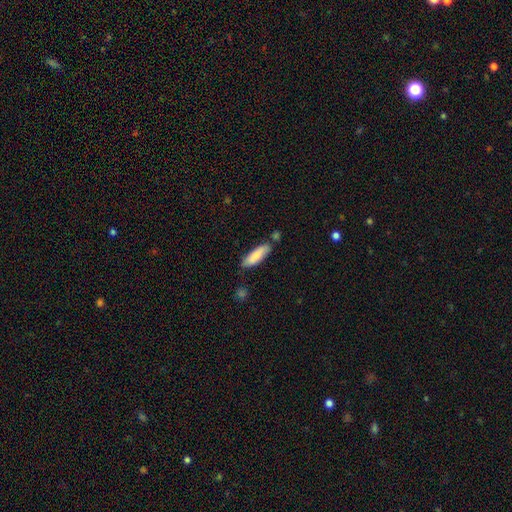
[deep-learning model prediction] Q: Smooth or featured?
A: smooth (83%); runner-up: featured or disk (11%)
Q: How rounded?
A: cigar-shaped (57%); runner-up: in between (41%)
Q: Merging?
A: none (73%); runner-up: minor disturbance (17%)